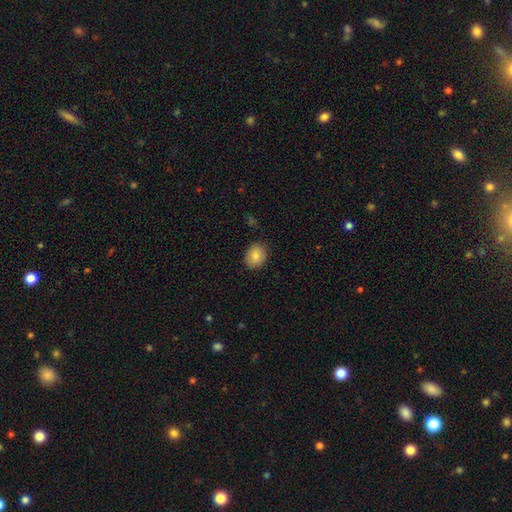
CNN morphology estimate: This appears to be a smooth galaxy with no disk features (84%) that is round (53%). Merging: none (86%).